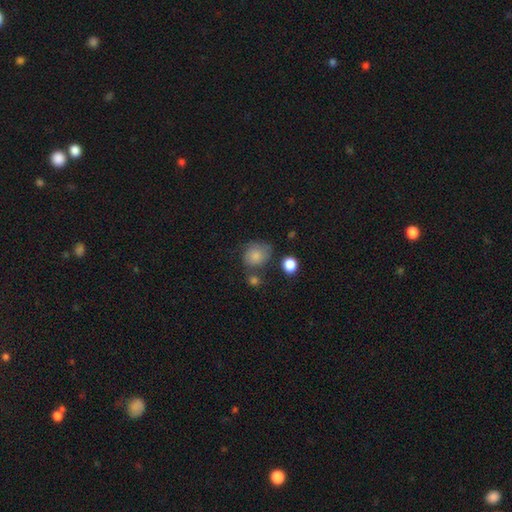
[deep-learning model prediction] smooth_or_featured: smooth (p=0.81) [alt: featured or disk p=0.10]
how_rounded: round (p=0.63) [alt: in between p=0.36]
merging: none (p=0.52) [alt: minor disturbance p=0.27]